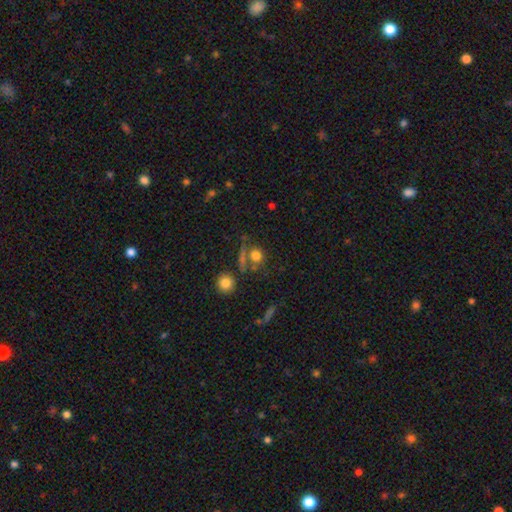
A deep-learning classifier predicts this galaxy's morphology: smooth-or-featured: smooth: 72% | star or artifact: 16% | featured or disk: 12%
  how-rounded: round: 76% | in between: 21% | cigar-shaped: 3%
  merging: none: 57% | merger: 21% | minor disturbance: 14% | major disturbance: 9%